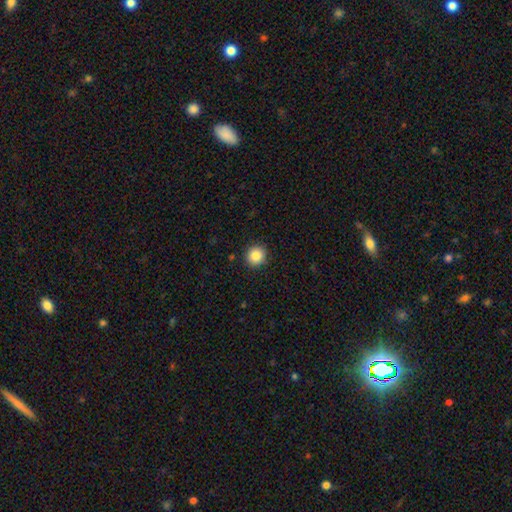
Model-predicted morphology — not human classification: A smooth galaxy with no disk features (86%) that is round (89%). Merging: none (90%).